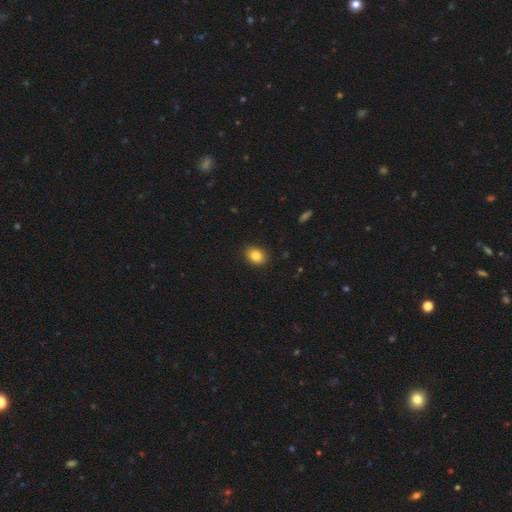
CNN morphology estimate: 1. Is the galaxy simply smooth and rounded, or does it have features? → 84% smooth, 9% star or artifact, 6% featured or disk.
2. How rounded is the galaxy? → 59% in between, 40% round, 1% cigar-shaped.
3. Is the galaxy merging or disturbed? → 90% none, 7% minor disturbance, 2% major disturbance, 1% merger.